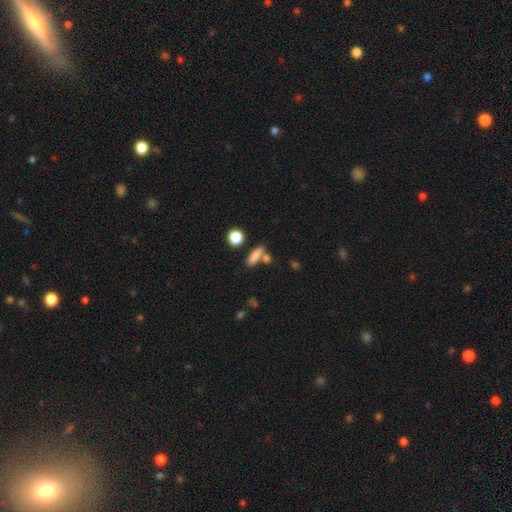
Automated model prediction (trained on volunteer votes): smooth_or_featured: smooth (p=0.81) [alt: star or artifact p=0.10]
how_rounded: cigar-shaped (p=0.45) [tied with: in between p=0.45]
merging: none (p=0.61) [alt: merger p=0.22]